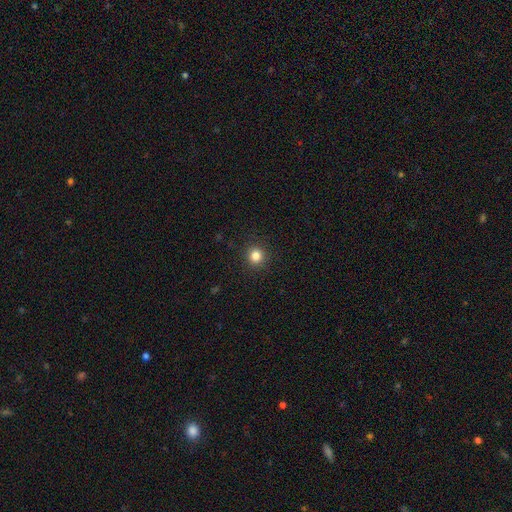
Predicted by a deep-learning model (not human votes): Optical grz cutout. It shows a smooth galaxy with no disk features (83%) that is round (94%). Merging: none (92%).